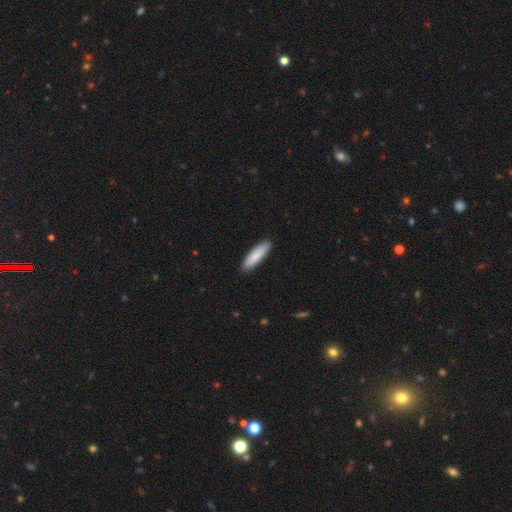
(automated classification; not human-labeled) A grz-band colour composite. It shows a smooth galaxy with no disk features (84%) that is cigar-shaped (65%). Merging: none (90%).